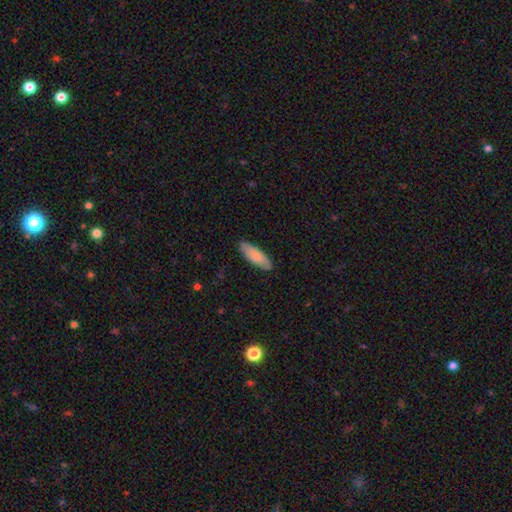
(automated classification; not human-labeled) Smooth or featured? Predicted: smooth (p=0.80). How rounded? Predicted: in between (p=0.61). Merging? Predicted: none (p=0.88).